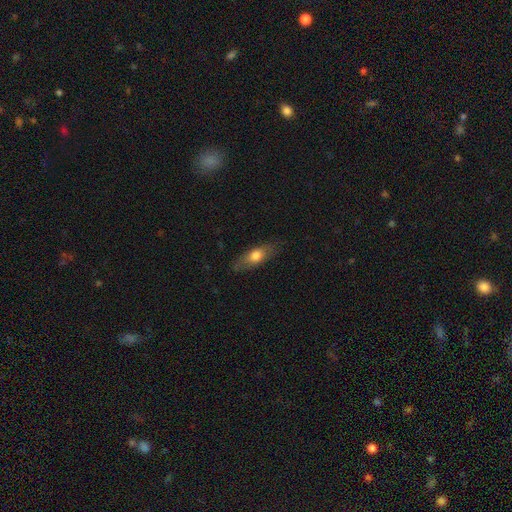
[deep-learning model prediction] smooth-or-featured: smooth: 65% | featured or disk: 28% | star or artifact: 6%
  how-rounded: in between: 63% | cigar-shaped: 32% | round: 4%
  merging: none: 79% | minor disturbance: 16% | major disturbance: 4% | merger: 1%